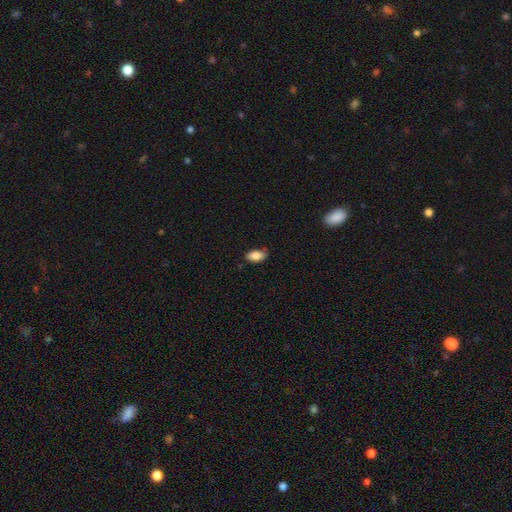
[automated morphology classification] smooth_or_featured: smooth (p=0.85) [alt: featured or disk p=0.08]
how_rounded: in between (p=0.92) [alt: round p=0.04]
merging: none (p=0.80) [alt: minor disturbance p=0.16]